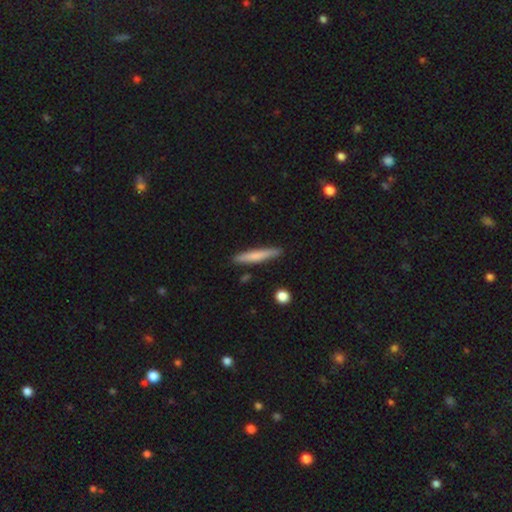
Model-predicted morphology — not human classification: smooth_or_featured: smooth (p=0.70) [alt: featured or disk p=0.24]
how_rounded: cigar-shaped (p=0.93) [alt: in between p=0.06]
merging: none (p=0.86) [alt: minor disturbance p=0.11]